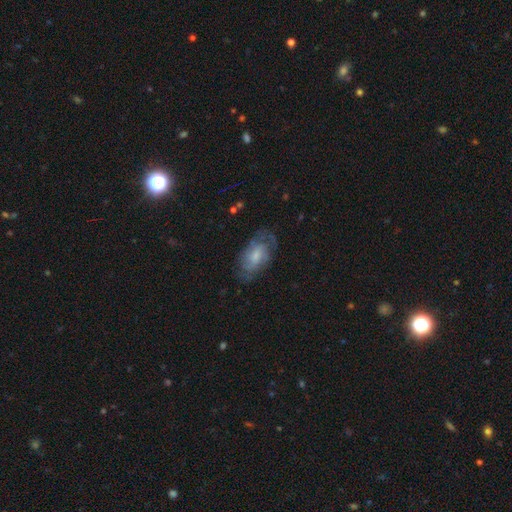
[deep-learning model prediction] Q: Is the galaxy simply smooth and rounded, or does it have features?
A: featured or disk — 58%.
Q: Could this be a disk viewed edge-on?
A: no — 94%.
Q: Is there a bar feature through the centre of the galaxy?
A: no — 55%.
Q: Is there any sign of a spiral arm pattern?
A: yes — 82%.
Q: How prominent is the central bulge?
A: moderate — 37%.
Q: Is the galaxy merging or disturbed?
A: none — 66%.